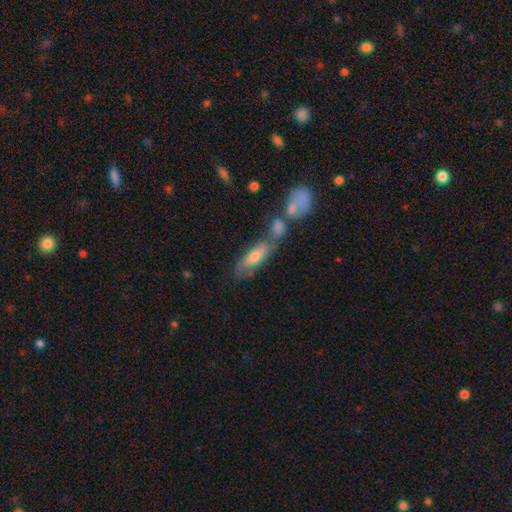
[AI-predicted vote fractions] Overall: smooth (61%; featured or disk 31%). How rounded: in between (50%; cigar-shaped 47%). Merging: none (40%; merger 38%).